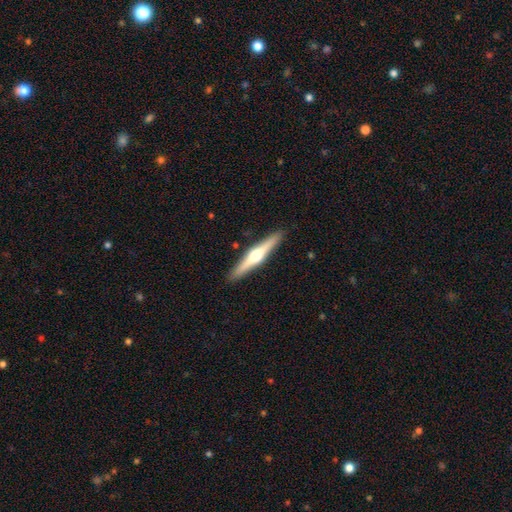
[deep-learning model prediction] Smooth or featured?
  - featured or disk: 66% *
  - smooth: 29%
  - star or artifact: 5%
Edge-on disk?
  - yes: 97% *
  - no: 3%
Edge-on bulge?
  - rounded: 94% *
  - none: 3%
  - boxy: 3%
Merging?
  - none: 91% *
  - minor disturbance: 6%
  - major disturbance: 1%
  - merger: 1%